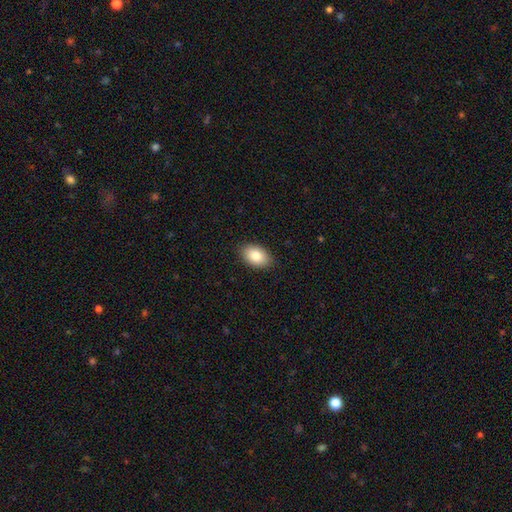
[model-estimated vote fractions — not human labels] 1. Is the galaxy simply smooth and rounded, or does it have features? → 85% smooth, 8% featured or disk, 7% star or artifact.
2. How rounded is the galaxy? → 89% in between, 9% round, 1% cigar-shaped.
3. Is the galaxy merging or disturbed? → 88% none, 9% minor disturbance, 2% major disturbance, 1% merger.